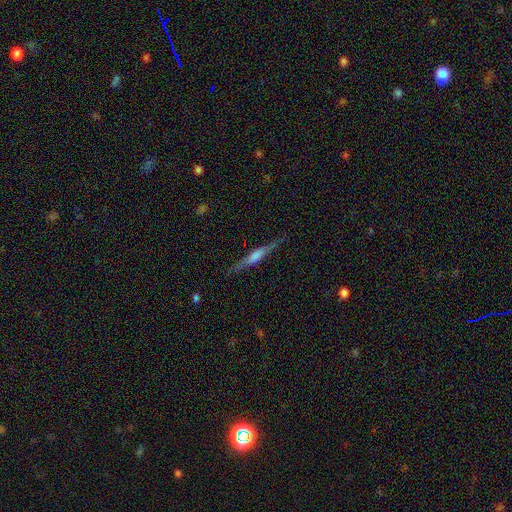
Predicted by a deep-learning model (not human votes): Q: Smooth or featured?
A: featured or disk (73%); runner-up: smooth (21%)
Q: Edge-on disk?
A: yes (97%); runner-up: no (3%)
Q: Edge-on bulge?
A: rounded (57%); runner-up: boxy (31%)
Q: Merging?
A: none (86%); runner-up: minor disturbance (10%)